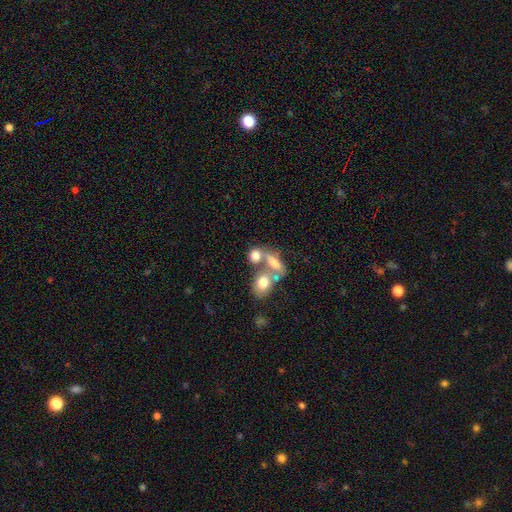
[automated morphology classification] The model was most divided on "how rounded": in between: 55%, round: 41%, cigar-shaped: 4%. More confident: smooth or featured — smooth (71%); merging — merger (50%).